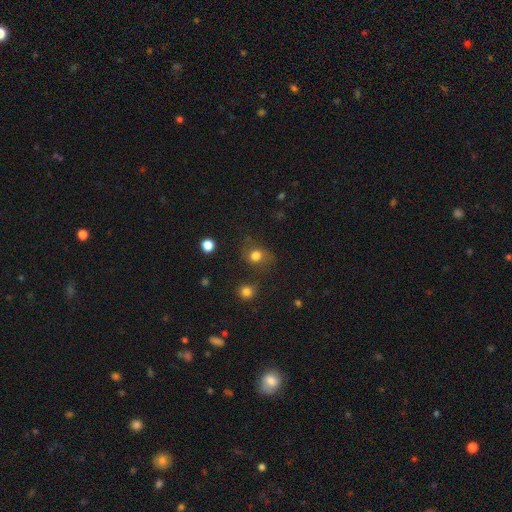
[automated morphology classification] type=smooth (77%); roundness=round (69%); merging=none (65%).